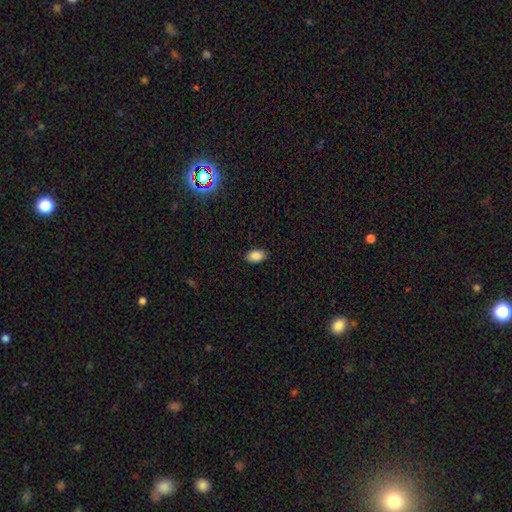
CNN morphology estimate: Smooth or featured? smooth (86%)
How rounded? in between (90%)
Merging? none (88%)